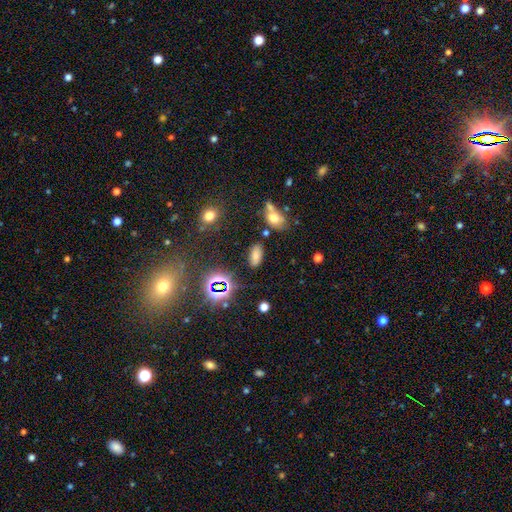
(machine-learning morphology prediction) A smooth galaxy with no disk features (68%) that is in between round and cigar-shaped (83%). Merging: none (78%).